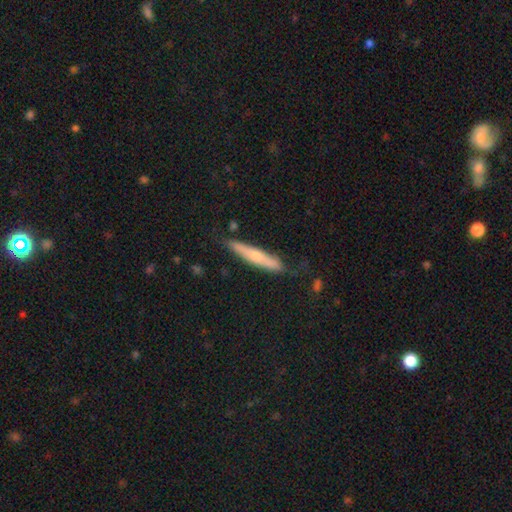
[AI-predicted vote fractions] smooth 55%, featured or disk 39%, star or artifact 6%. Down the decision tree: how rounded — cigar-shaped (92%); merging — none (77%).